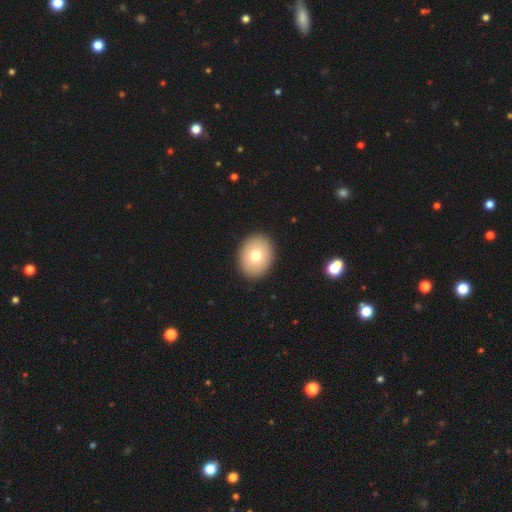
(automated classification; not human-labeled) Smooth or featured? Predicted: smooth (p=0.75). How rounded? Predicted: in between (p=0.52). Merging? Predicted: none (p=0.91).